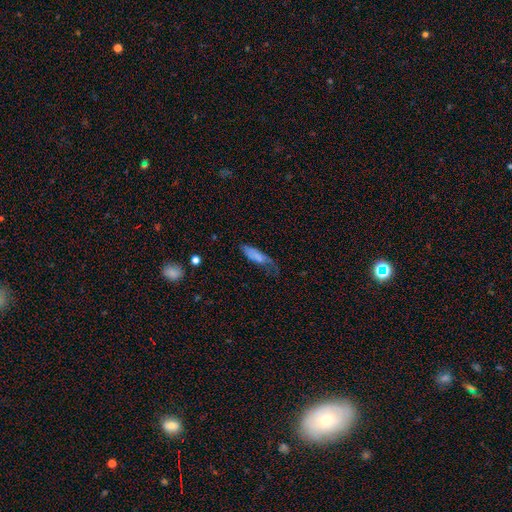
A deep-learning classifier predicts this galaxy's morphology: Smooth or featured?
  - smooth: 71% *
  - featured or disk: 21%
  - star or artifact: 8%
How rounded?
  - in between: 55% *
  - cigar-shaped: 43%
  - round: 2%
Merging?
  - major disturbance: 35% *
  - minor disturbance: 32%
  - none: 29%
  - merger: 4%